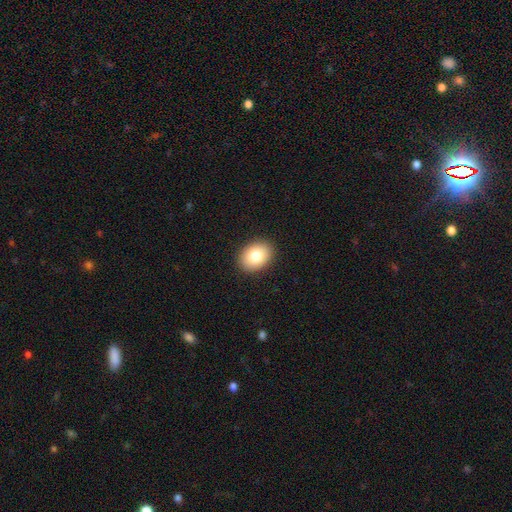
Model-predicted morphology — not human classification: Q: Smooth or featured?
A: smooth (82%); runner-up: featured or disk (10%)
Q: How rounded?
A: in between (67%); runner-up: round (32%)
Q: Merging?
A: none (91%); runner-up: minor disturbance (7%)